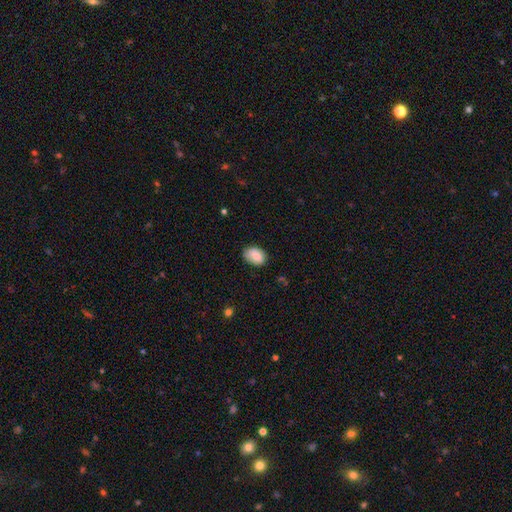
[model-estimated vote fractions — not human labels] Smooth or featured? Predicted: smooth (p=0.82). How rounded? Predicted: in between (p=0.80). Merging? Predicted: none (p=0.75).